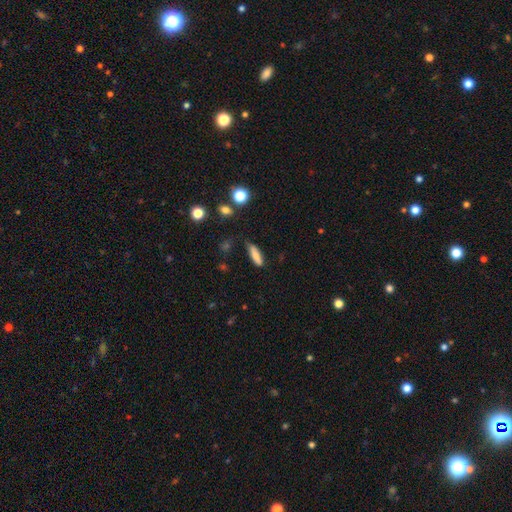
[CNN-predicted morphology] Smooth or featured? smooth (80%)
How rounded? cigar-shaped (64%)
Merging? none (71%)